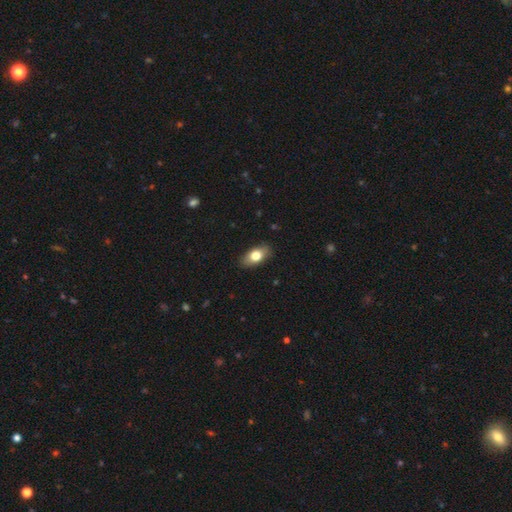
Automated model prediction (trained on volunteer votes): Smooth or featured: smooth — 76% (featured or disk — 17%)
How rounded: in between — 88% (round — 7%)
Merging: none — 86% (minor disturbance — 11%)